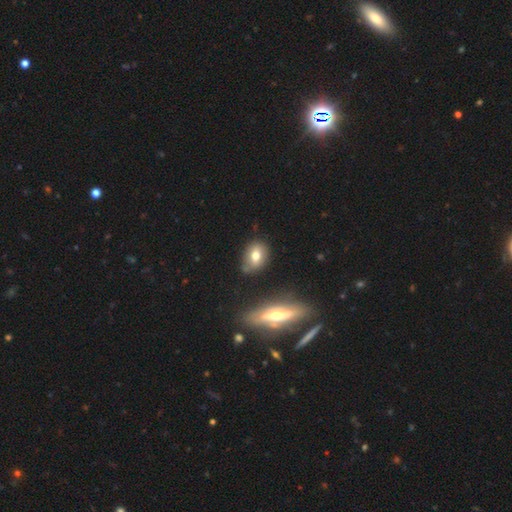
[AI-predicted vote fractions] Morphology: type=smooth (67%); roundness=in between (69%); merging=none (70%).